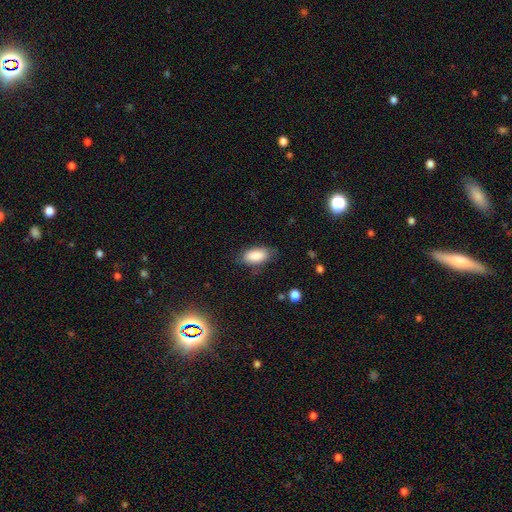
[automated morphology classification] Smooth or featured? Predicted: smooth (p=0.87). How rounded? Predicted: in between (p=0.92). Merging? Predicted: none (p=0.76).